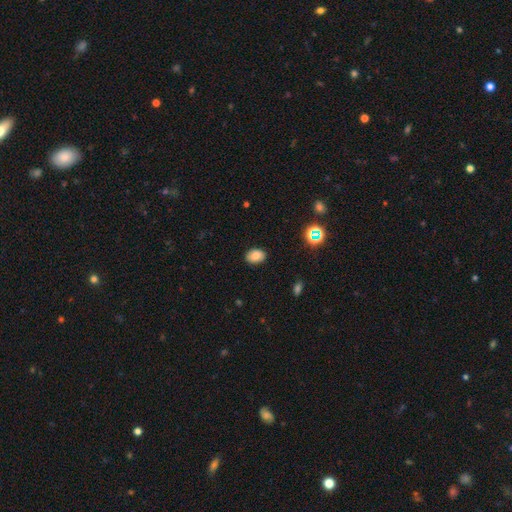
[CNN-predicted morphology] Smooth or featured: smooth — 82% (star or artifact — 11%)
How rounded: in between — 75% (round — 25%)
Merging: none — 87% (minor disturbance — 9%)